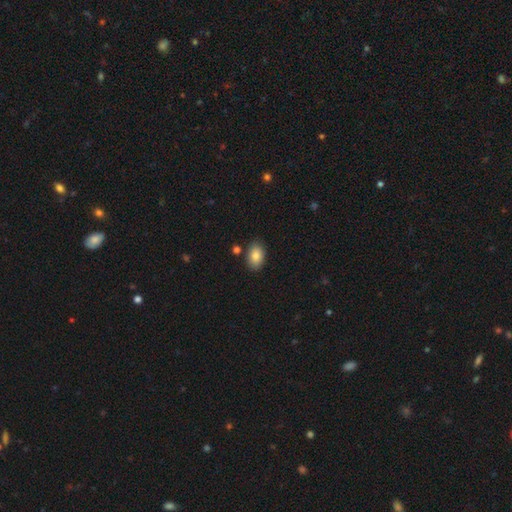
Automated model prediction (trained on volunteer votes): smooth_or_featured: smooth (p=0.85) [alt: featured or disk p=0.08]
how_rounded: in between (p=0.88) [alt: round p=0.11]
merging: none (p=0.84) [alt: minor disturbance p=0.10]